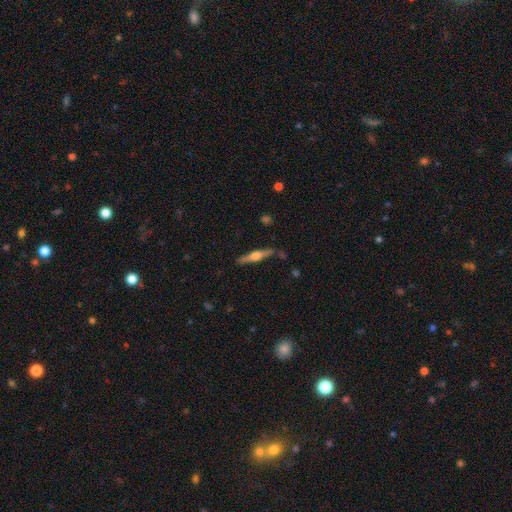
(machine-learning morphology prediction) Q: Smooth or featured?
A: featured or disk (67%); runner-up: smooth (27%)
Q: Edge-on disk?
A: yes (97%); runner-up: no (3%)
Q: Edge-on bulge?
A: rounded (91%); runner-up: boxy (6%)
Q: Merging?
A: none (86%); runner-up: minor disturbance (10%)